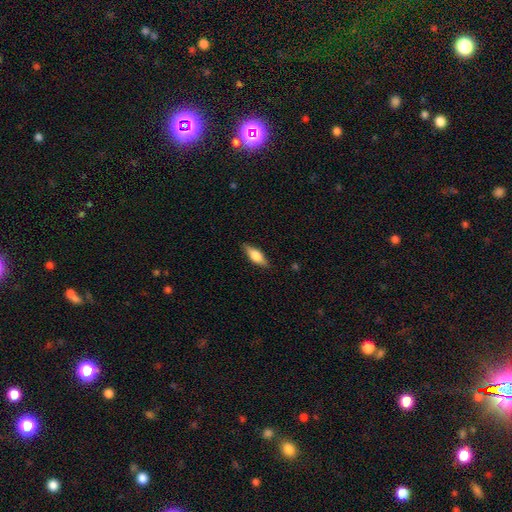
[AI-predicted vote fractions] The model was most divided on "how rounded": in between: 61%, cigar-shaped: 36%, round: 3%. More confident: merging — none (86%); smooth or featured — smooth (62%).